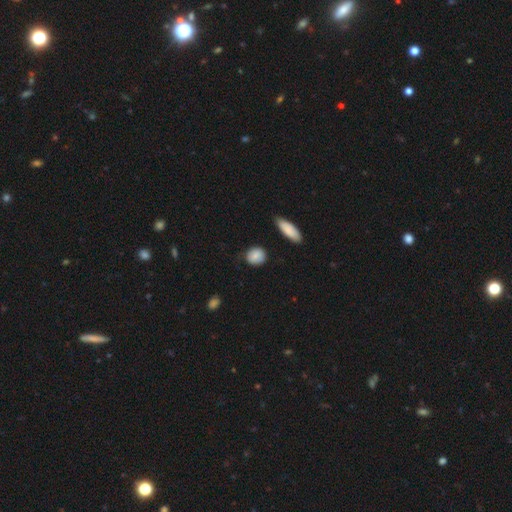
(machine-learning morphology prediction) This is clearly a smooth galaxy (82%). How rounded: likely round (65%). Merging: likely none (75%).